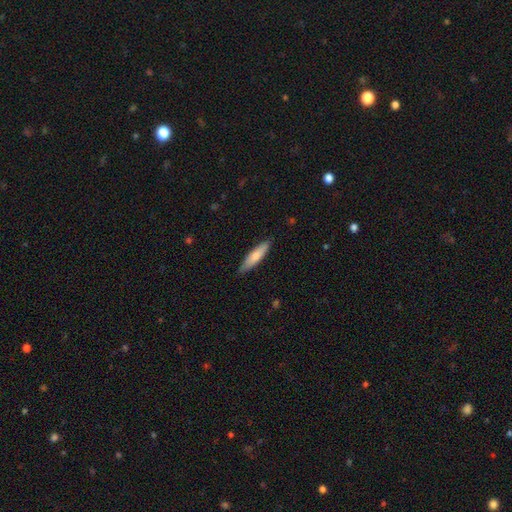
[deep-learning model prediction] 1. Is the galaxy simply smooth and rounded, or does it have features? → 74% smooth, 21% featured or disk, 5% star or artifact.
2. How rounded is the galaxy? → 73% cigar-shaped, 25% in between, 1% round.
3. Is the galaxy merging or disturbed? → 85% none, 12% minor disturbance, 2% major disturbance, 1% merger.